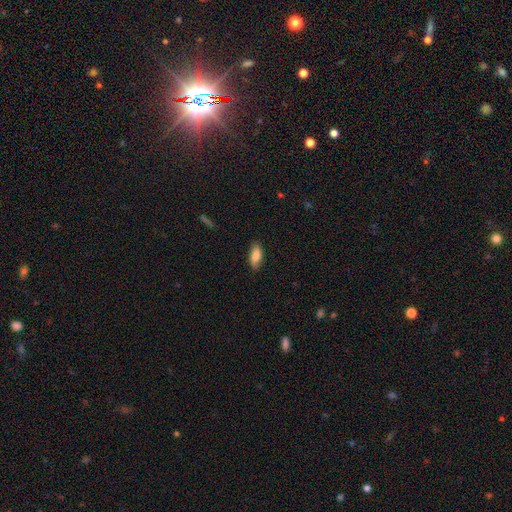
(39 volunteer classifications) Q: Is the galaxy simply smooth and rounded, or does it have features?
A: smooth — 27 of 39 (69%).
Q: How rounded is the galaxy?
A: in between — 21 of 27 (78%).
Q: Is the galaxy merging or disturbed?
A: none — 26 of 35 (74%).